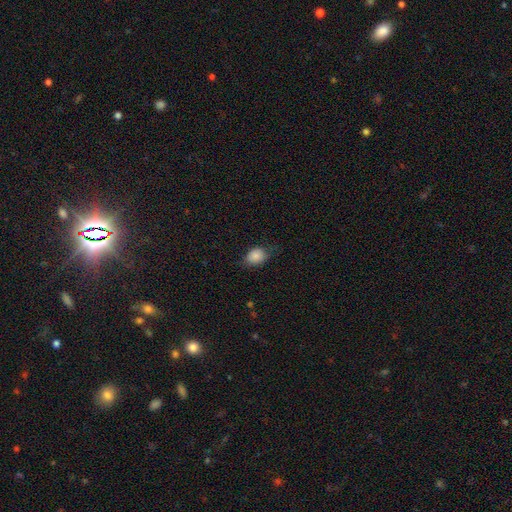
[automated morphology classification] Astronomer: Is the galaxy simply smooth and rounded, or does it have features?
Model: smooth — 85%.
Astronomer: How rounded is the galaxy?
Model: in between — 65%.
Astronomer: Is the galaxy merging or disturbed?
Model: none — 64%.